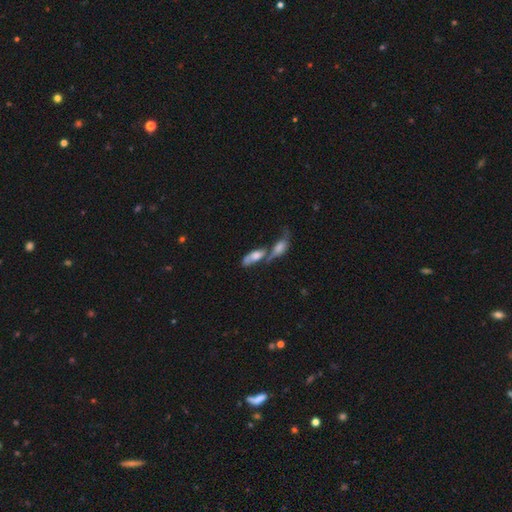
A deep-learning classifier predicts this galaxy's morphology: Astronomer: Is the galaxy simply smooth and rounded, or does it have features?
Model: smooth — 51% (runner-up: featured or disk, 40%).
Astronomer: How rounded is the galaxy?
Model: in between — 77%.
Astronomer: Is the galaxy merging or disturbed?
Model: merger — 66%.